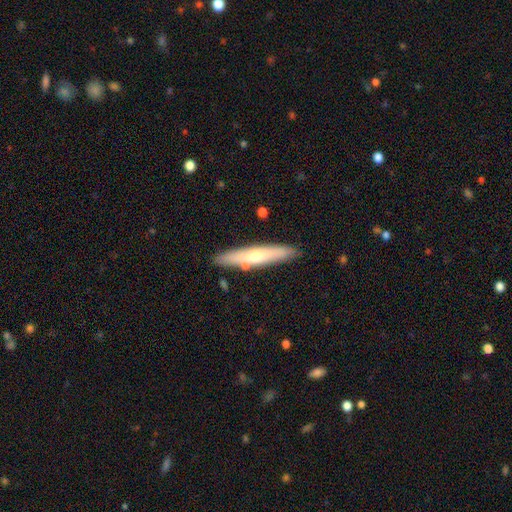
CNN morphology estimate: type=featured or disk (50%); edge-on=yes (86%); merging=none (86%).